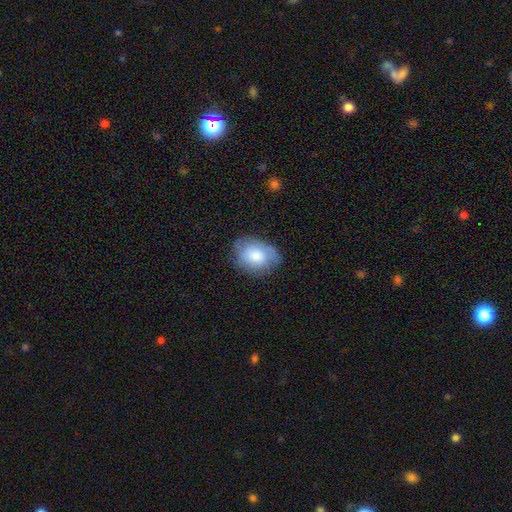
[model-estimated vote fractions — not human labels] Smooth or featured?
  - smooth: 62% *
  - featured or disk: 30%
  - star or artifact: 8%
How rounded?
  - in between: 71% *
  - round: 28%
  - cigar-shaped: 1%
Merging?
  - none: 70% *
  - minor disturbance: 23%
  - major disturbance: 6%
  - merger: 1%